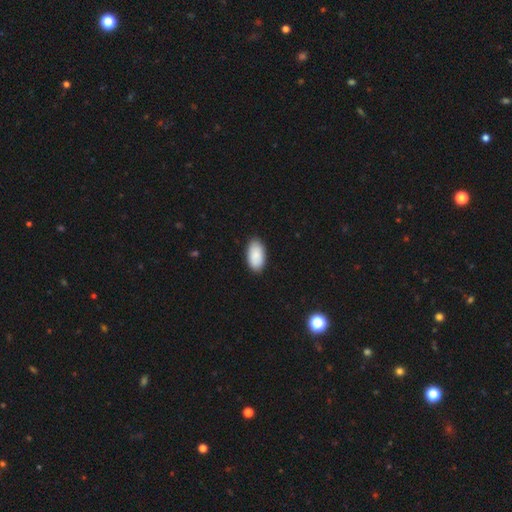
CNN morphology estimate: A smooth galaxy with no disk features (89%) that is in between round and cigar-shaped (96%).

Vote fractions:
- Smooth or featured? smooth: 89% / star or artifact: 6% / featured or disk: 5%
- How rounded? in between: 96% / round: 2% / cigar-shaped: 2%
- Merging? none: 89% / minor disturbance: 9% / major disturbance: 2% / merger: 1%